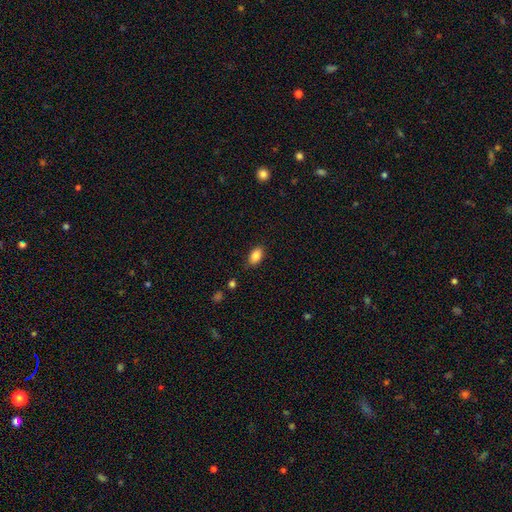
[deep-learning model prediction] Smooth or featured? smooth (87%)
How rounded? in between (91%)
Merging? none (85%)